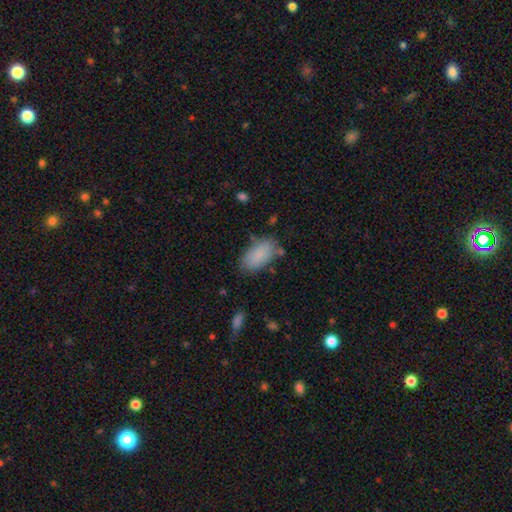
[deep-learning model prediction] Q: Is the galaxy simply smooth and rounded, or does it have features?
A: smooth — 86%.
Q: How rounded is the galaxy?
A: in between — 93%.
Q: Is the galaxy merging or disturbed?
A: none — 76%.